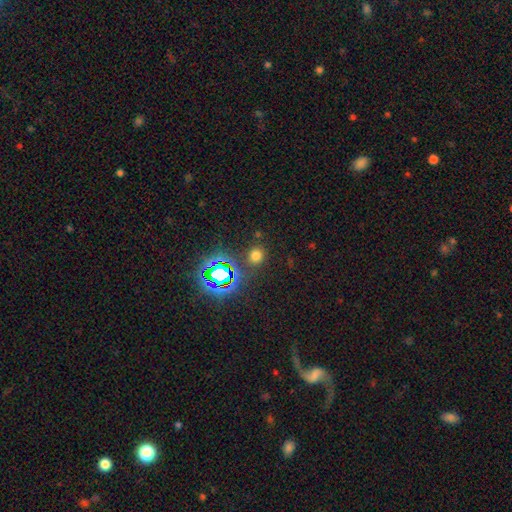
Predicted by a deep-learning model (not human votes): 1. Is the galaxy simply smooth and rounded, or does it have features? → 63% smooth, 30% star or artifact, 6% featured or disk.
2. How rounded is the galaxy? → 82% round, 17% in between, 1% cigar-shaped.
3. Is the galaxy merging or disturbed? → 84% none, 8% minor disturbance, 4% merger, 4% major disturbance.